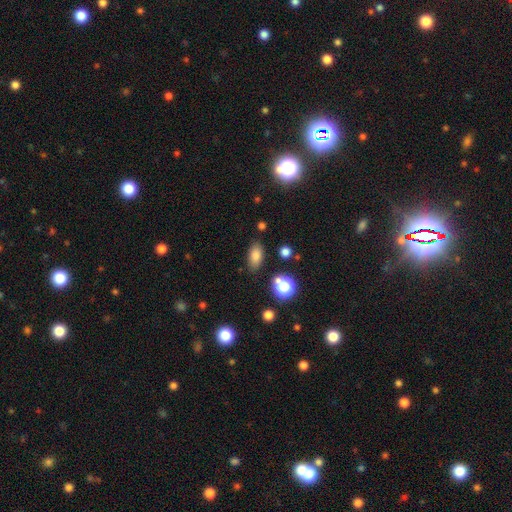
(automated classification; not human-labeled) Smooth or featured? Predicted: smooth (p=0.79). How rounded? Predicted: in between (p=0.86). Merging? Predicted: none (p=0.83).